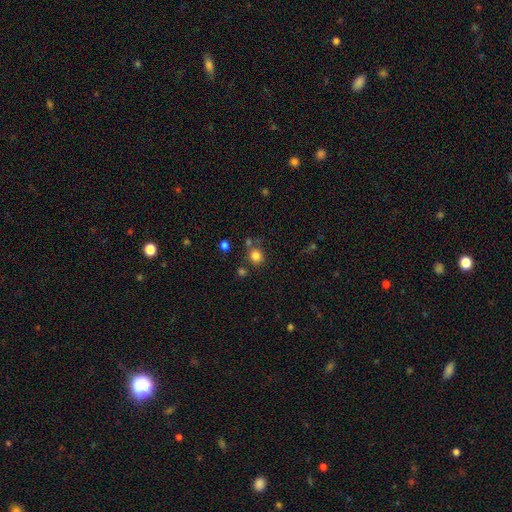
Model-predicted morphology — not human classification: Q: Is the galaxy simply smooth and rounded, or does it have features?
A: smooth — 81%.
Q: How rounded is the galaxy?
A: round — 82%.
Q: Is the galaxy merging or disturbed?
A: none — 71%.